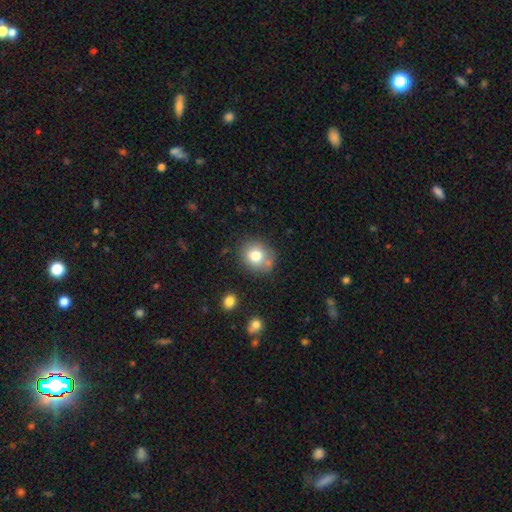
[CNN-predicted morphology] Smooth or featured?
  - smooth: 77% *
  - featured or disk: 12%
  - star or artifact: 11%
How rounded?
  - round: 76% *
  - in between: 23%
  - cigar-shaped: 1%
Merging?
  - none: 73% *
  - minor disturbance: 14%
  - merger: 9%
  - major disturbance: 4%